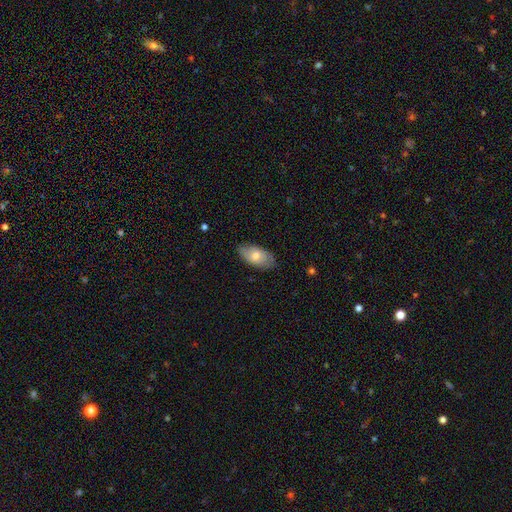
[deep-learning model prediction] A smooth galaxy with no disk features (72%) that is in between round and cigar-shaped (94%). Merging: none (83%).